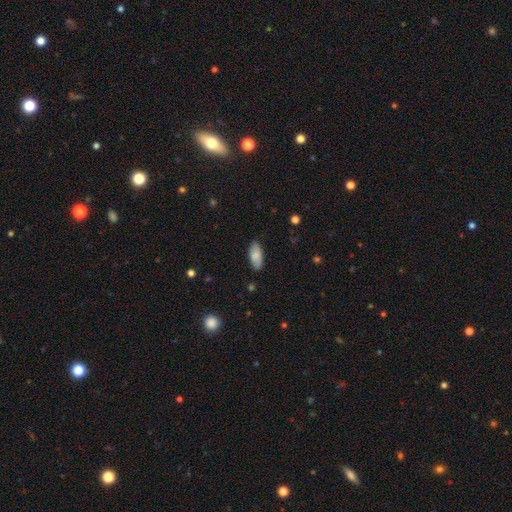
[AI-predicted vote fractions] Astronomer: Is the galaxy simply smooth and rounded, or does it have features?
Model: smooth — 83%.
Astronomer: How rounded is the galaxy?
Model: in between — 89%.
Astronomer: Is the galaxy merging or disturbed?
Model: none — 85%.